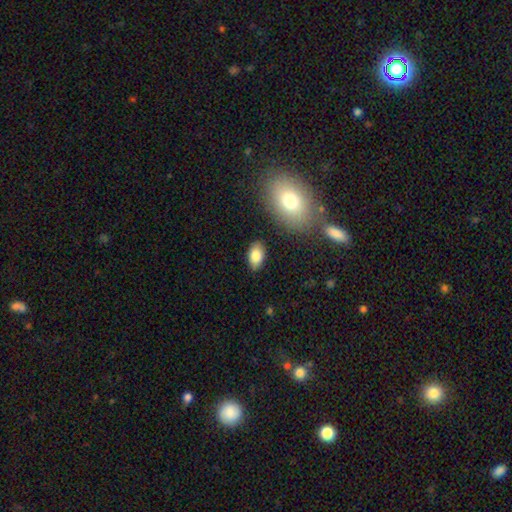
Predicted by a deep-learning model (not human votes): The model was most divided on "merging": none: 85%, minor disturbance: 11%, major disturbance: 2%, merger: 2%. More confident: how rounded — in between (92%); smooth or featured — smooth (83%).